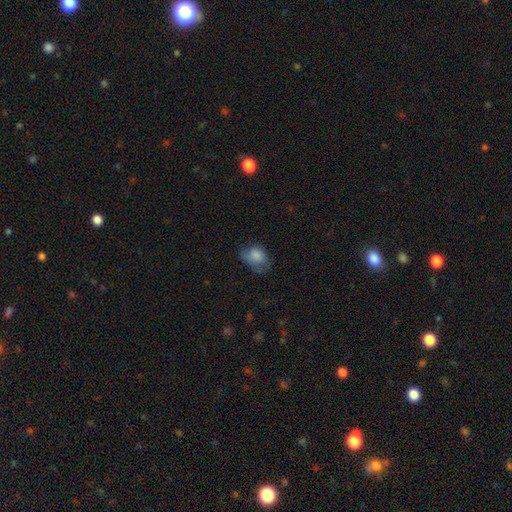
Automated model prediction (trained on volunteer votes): Smooth or featured: smooth — 75% (featured or disk — 16%)
How rounded: in between — 69% (round — 30%)
Merging: none — 40% (minor disturbance — 35%)